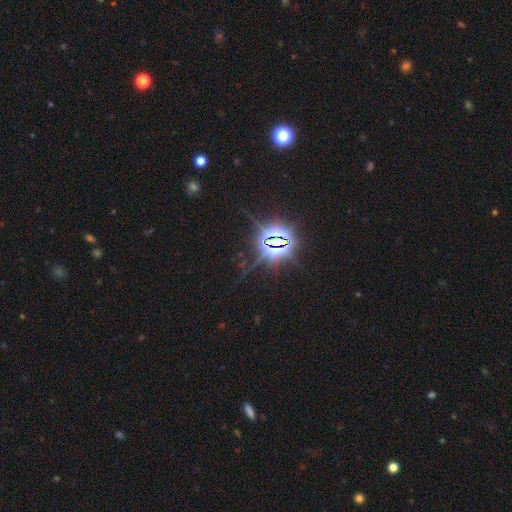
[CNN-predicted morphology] A star or artifact, not a galaxy (82%).

Vote fractions:
- Smooth or featured? star or artifact: 82% / smooth: 11% / featured or disk: 6%